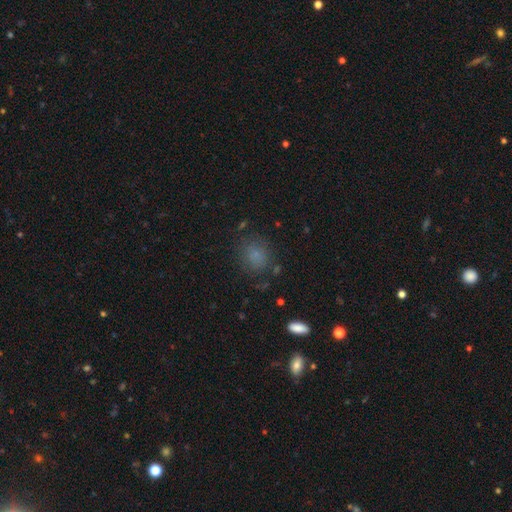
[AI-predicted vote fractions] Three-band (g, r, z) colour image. It shows a smooth galaxy with no disk features (76%) that is round (61%). Merging: none (76%).